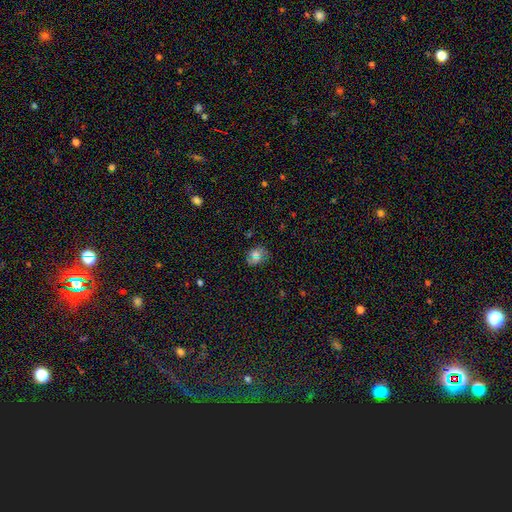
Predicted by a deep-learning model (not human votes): A smooth galaxy with no disk features (67%) that is in between round and cigar-shaped (57%).

Vote fractions:
- Smooth or featured? smooth: 67% / star or artifact: 17% / featured or disk: 16%
- How rounded? in between: 57% / round: 41% / cigar-shaped: 1%
- Merging? none: 63% / minor disturbance: 22% / major disturbance: 8% / merger: 7%